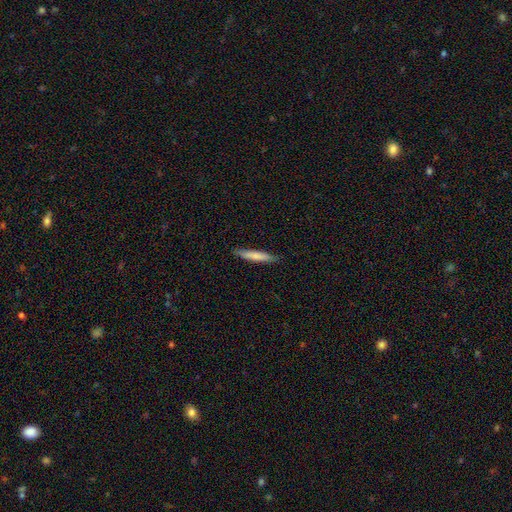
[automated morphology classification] smooth-or-featured: smooth: 74% | featured or disk: 20% | star or artifact: 6%
  how-rounded: cigar-shaped: 92% | in between: 6% | round: 1%
  merging: none: 88% | minor disturbance: 9% | major disturbance: 2% | merger: 1%